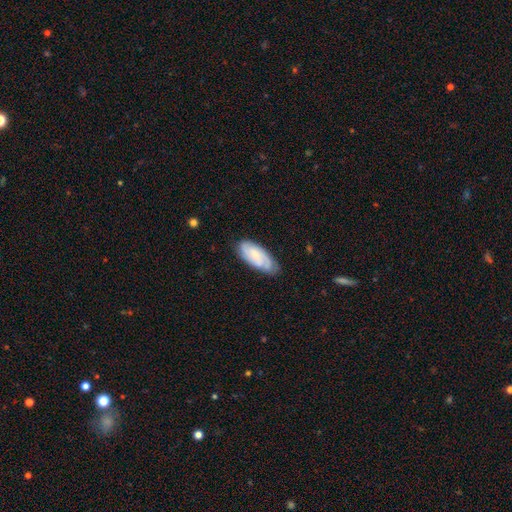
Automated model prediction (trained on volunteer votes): A featured or disk galaxy (54%). Merging: none (69%).